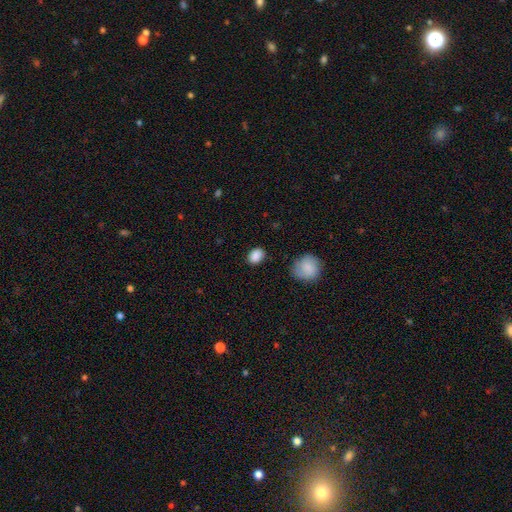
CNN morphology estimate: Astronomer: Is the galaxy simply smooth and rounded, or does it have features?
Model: smooth — 88%.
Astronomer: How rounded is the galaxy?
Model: in between — 69%.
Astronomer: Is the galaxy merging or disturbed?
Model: none — 82%.